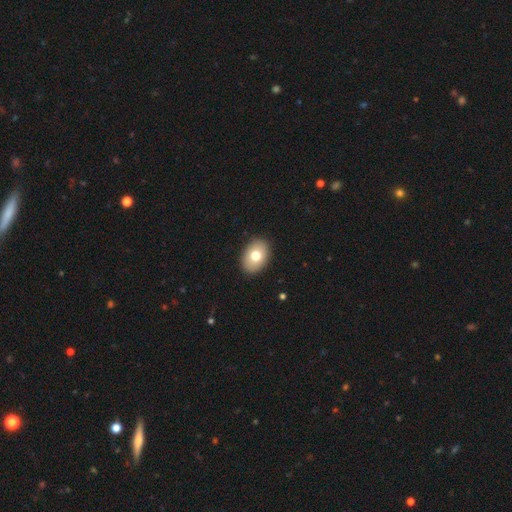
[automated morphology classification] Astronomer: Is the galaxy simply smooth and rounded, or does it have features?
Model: smooth — 75%.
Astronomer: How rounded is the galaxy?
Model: in between — 79%.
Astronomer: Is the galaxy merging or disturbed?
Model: none — 90%.